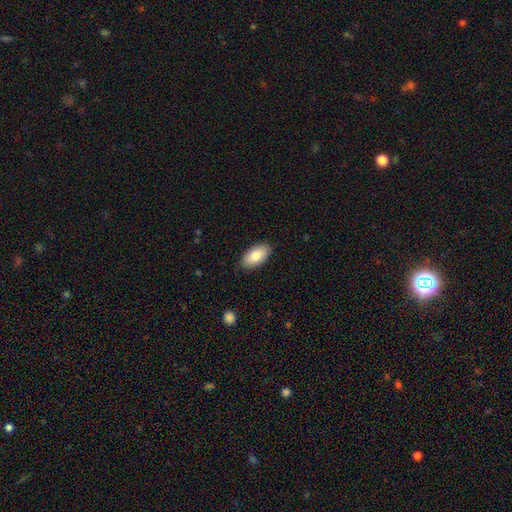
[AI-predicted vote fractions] A smooth galaxy with no disk features (82%) that is in between round and cigar-shaped (94%).

Vote fractions:
- Smooth or featured? smooth: 82% / featured or disk: 12% / star or artifact: 6%
- How rounded? in between: 94% / cigar-shaped: 3% / round: 3%
- Merging? none: 85% / minor disturbance: 11% / major disturbance: 2% / merger: 1%